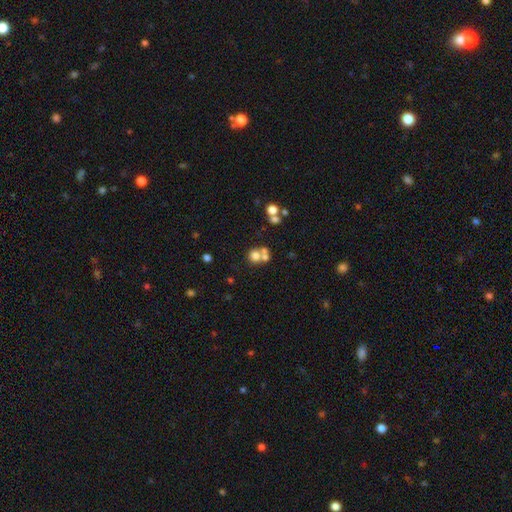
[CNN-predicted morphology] smooth_or_featured: smooth (p=0.67) [alt: featured or disk p=0.17]
how_rounded: round (p=0.87) [alt: in between p=0.12]
merging: merger (p=0.45) [alt: none p=0.44]